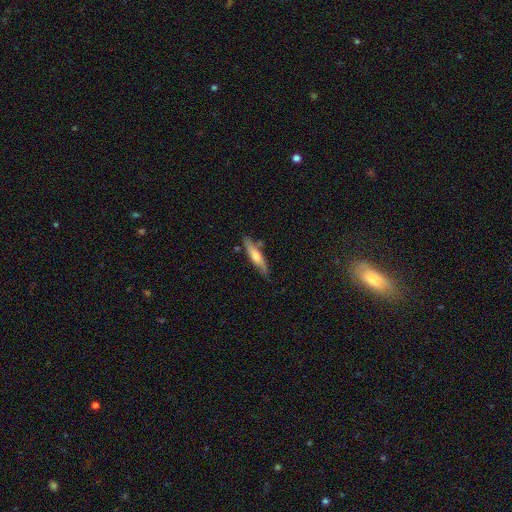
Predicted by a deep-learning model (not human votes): smooth-or-featured: smooth: 47% | featured or disk: 46% | star or artifact: 6%
  merging: none: 78% | minor disturbance: 15% | merger: 3% | major disturbance: 3%